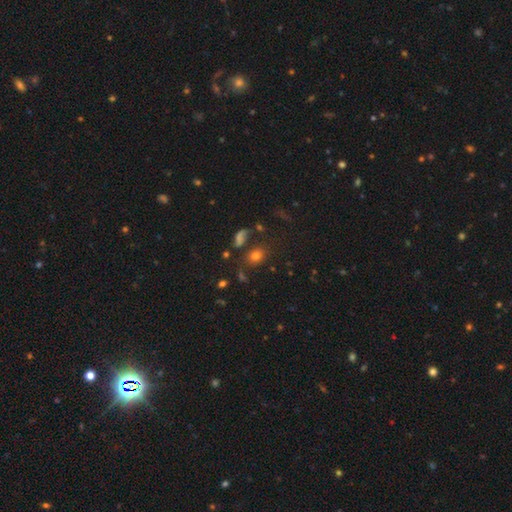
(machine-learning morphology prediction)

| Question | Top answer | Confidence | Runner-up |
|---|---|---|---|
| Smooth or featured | smooth | 73% | star or artifact (17%) |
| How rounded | in between | 61% | round (37%) |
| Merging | none | 72% | minor disturbance (14%) |